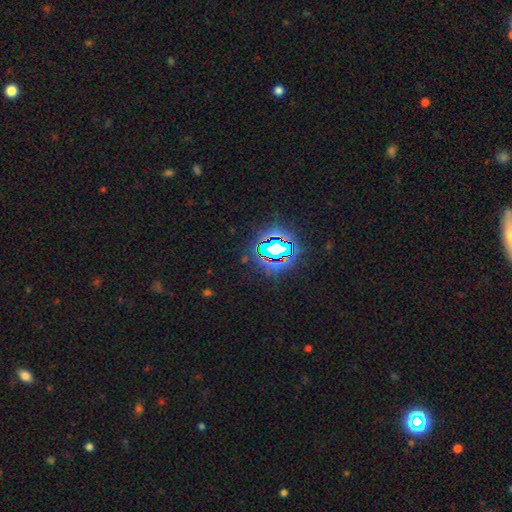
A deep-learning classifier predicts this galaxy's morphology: Smooth or featured: star or artifact — 82% (smooth — 11%)